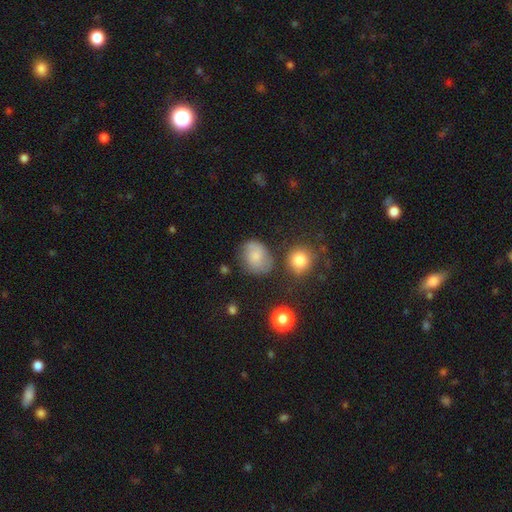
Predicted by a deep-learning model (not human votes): A smooth galaxy with no disk features (63%) that is round (53%).

Vote fractions:
- Smooth or featured? smooth: 63% / featured or disk: 26% / star or artifact: 11%
- How rounded? round: 53% / in between: 46% / cigar-shaped: 1%
- Merging? none: 64% / minor disturbance: 22% / major disturbance: 8% / merger: 6%